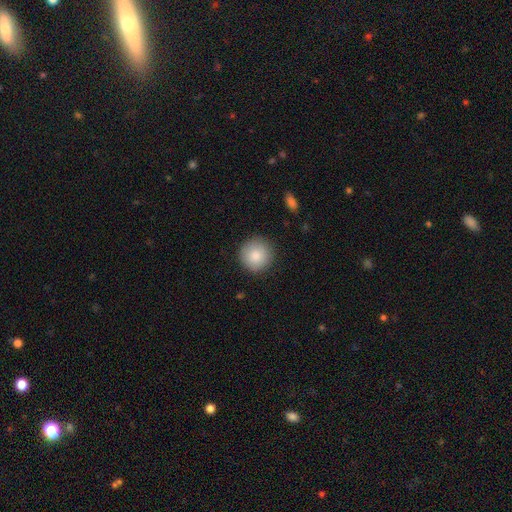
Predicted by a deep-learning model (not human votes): The model was most divided on "smooth or featured": smooth: 86%, star or artifact: 7%, featured or disk: 7%. More confident: how rounded — round (95%); merging — none (89%).